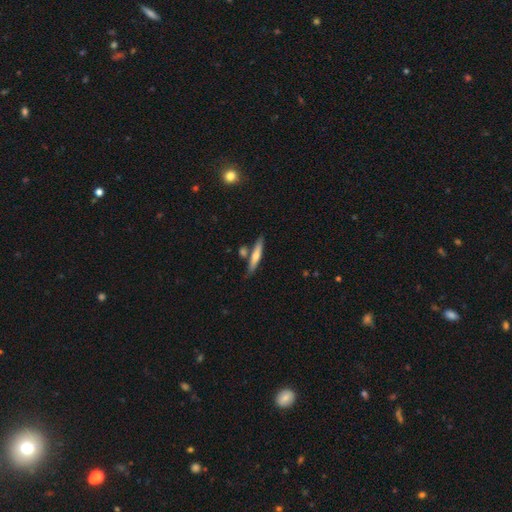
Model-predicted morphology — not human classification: This appears to be a smooth galaxy with no disk features (56%) that is cigar-shaped (89%). Merging: none (75%).